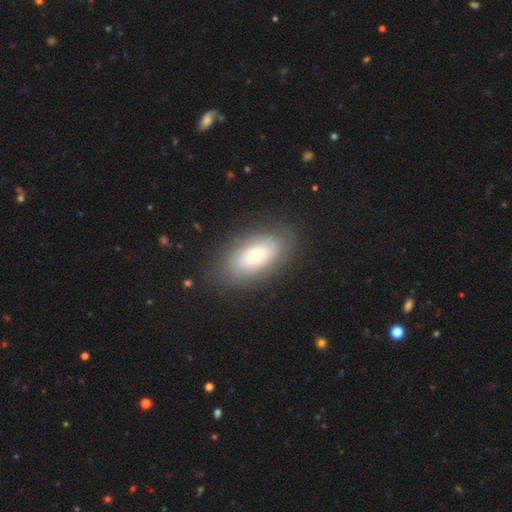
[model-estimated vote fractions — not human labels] smooth-or-featured: smooth: 48% | featured or disk: 45% | star or artifact: 8%
  merging: none: 80% | minor disturbance: 13% | major disturbance: 5% | merger: 1%